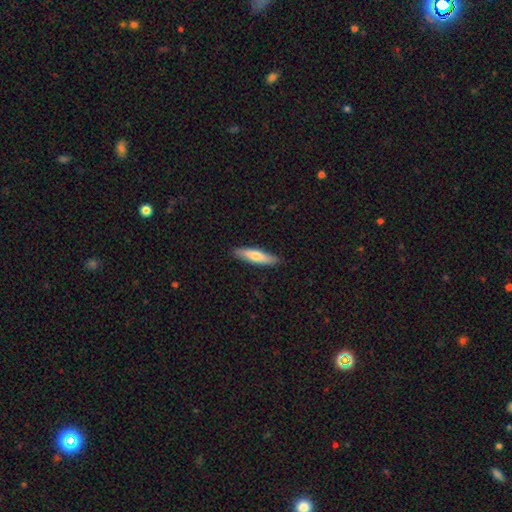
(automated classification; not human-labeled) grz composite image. It shows a smooth galaxy with no disk features (68%) that is cigar-shaped (76%). Merging: none (87%).